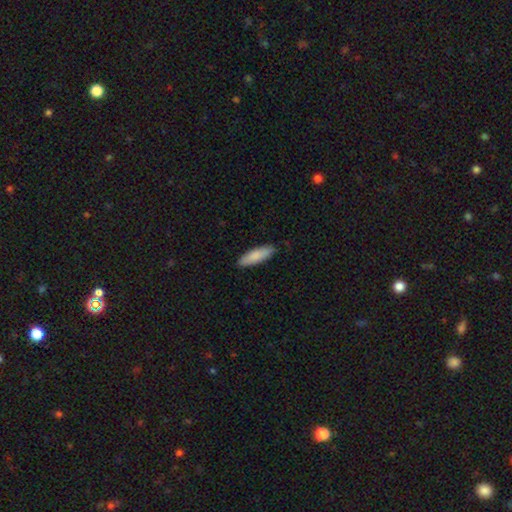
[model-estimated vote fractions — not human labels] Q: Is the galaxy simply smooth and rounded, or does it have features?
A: smooth — 85%.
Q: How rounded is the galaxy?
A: in between — 49%, tied with cigar-shaped.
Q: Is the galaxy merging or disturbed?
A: none — 87%.